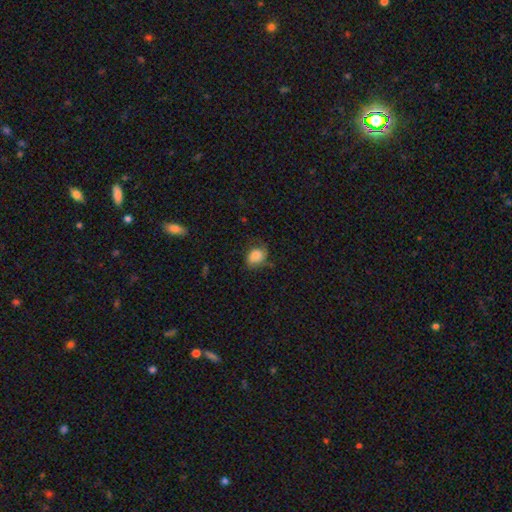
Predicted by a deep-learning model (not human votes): Overall: smooth (75%). How rounded: in between (66%; round 33%). Merging: none (50%; minor disturbance 31%).